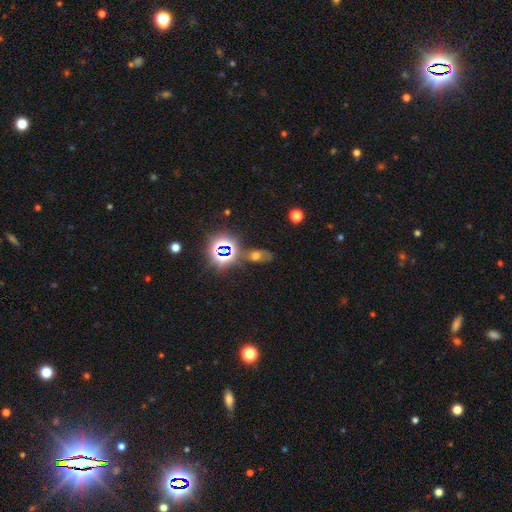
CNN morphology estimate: Q: Smooth or featured?
A: smooth (44%); runner-up: star or artifact (38%)
Q: Merging?
A: none (55%); runner-up: minor disturbance (20%)